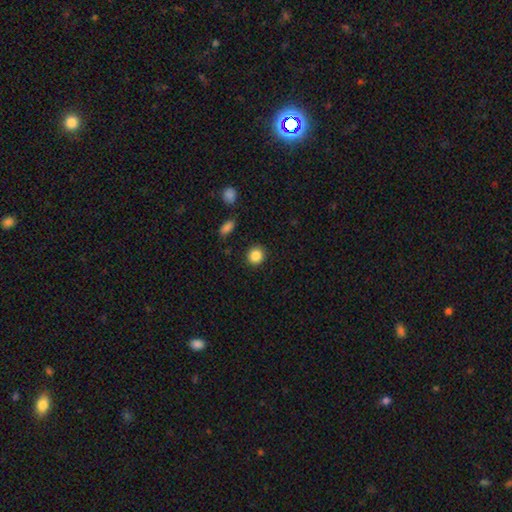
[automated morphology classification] smooth 87%, star or artifact 9%, featured or disk 4%. Down the decision tree: how rounded — round (89%); merging — none (91%).